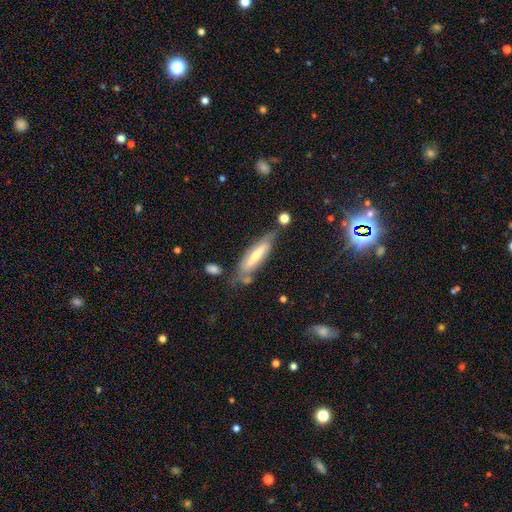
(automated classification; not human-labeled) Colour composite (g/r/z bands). It shows a featured or disk galaxy (53%) viewed edge-on (61%). Merging: none (59%).